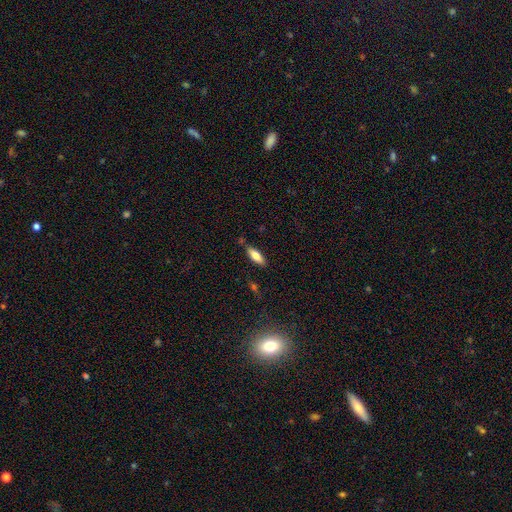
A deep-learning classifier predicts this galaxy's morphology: Overall: smooth (72%). How rounded: in between (61%; cigar-shaped 37%). Merging: none (79%).